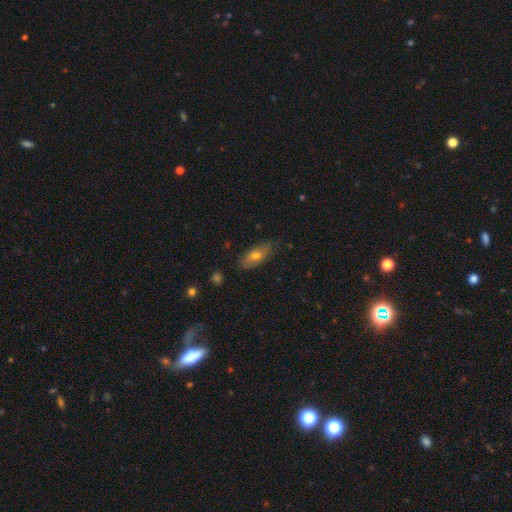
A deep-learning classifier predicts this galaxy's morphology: Overall: smooth (66%; featured or disk 27%). How rounded: in between (80%). Merging: none (77%).